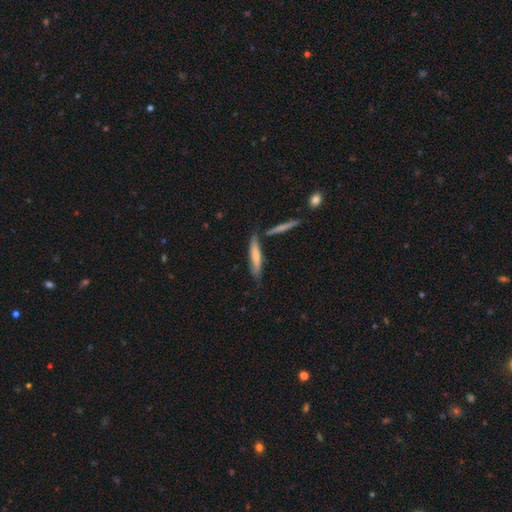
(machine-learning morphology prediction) Smooth or featured: smooth — 65% (featured or disk — 30%)
How rounded: cigar-shaped — 84% (in between — 15%)
Merging: none — 68% (minor disturbance — 18%)